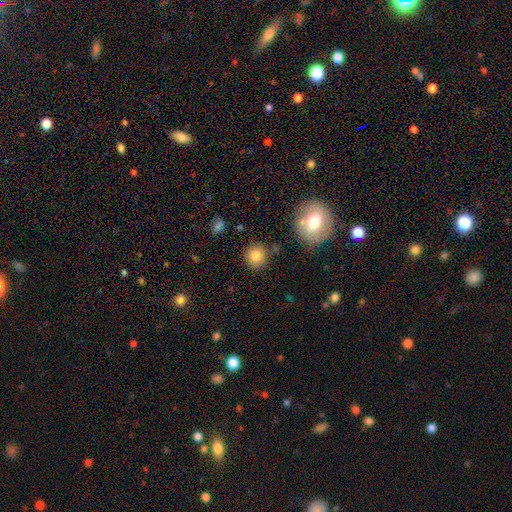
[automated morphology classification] Smooth or featured?
  - smooth: 81% *
  - star or artifact: 11%
  - featured or disk: 8%
How rounded?
  - round: 88% *
  - in between: 11%
  - cigar-shaped: 1%
Merging?
  - none: 83% *
  - minor disturbance: 10%
  - merger: 4%
  - major disturbance: 3%